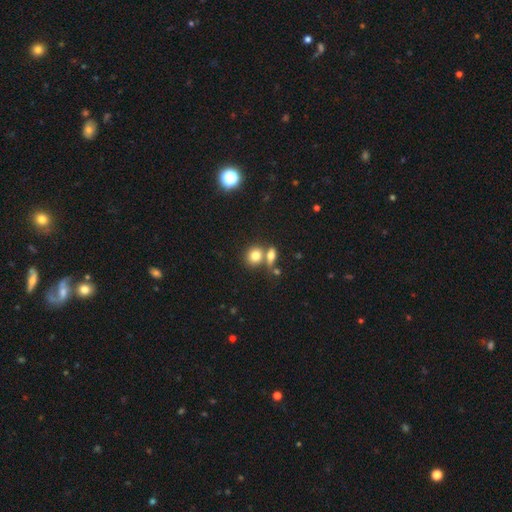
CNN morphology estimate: A smooth galaxy with no disk features (78%) that is round (65%). Merging: none (49%).